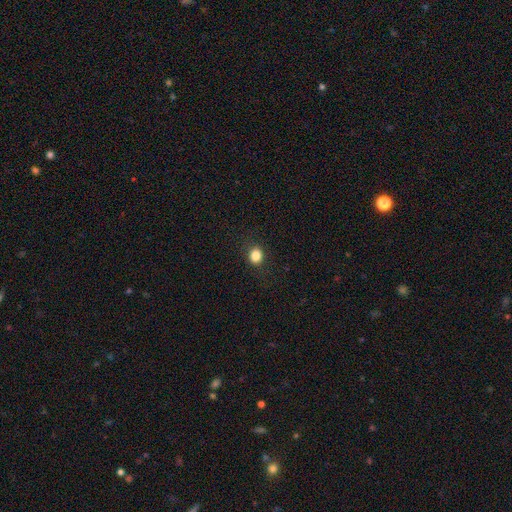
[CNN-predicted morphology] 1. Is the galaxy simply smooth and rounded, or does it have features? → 84% smooth, 11% star or artifact, 5% featured or disk.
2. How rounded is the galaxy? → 68% round, 31% in between, 1% cigar-shaped.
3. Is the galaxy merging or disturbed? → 88% none, 8% minor disturbance, 3% major disturbance, 1% merger.